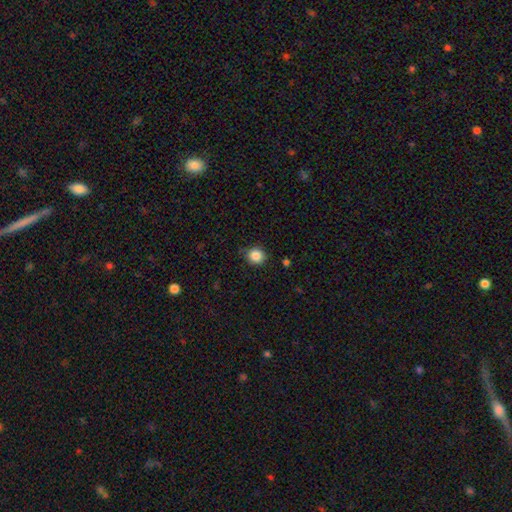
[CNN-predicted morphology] A smooth galaxy with no disk features (86%) that is round (86%). Merging: none (83%).